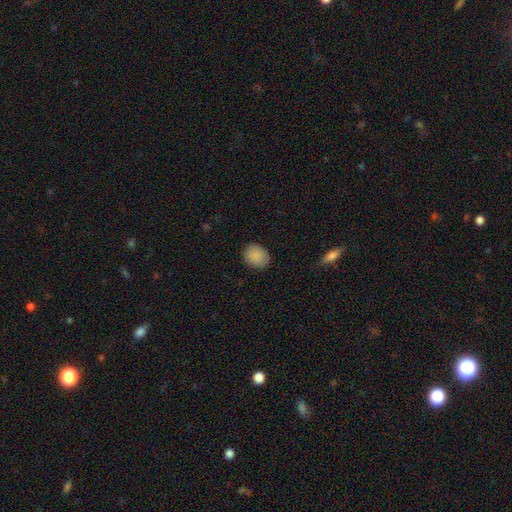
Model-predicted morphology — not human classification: Overall: smooth (88%). How rounded: round (52%; in between 47%). Merging: none (85%).